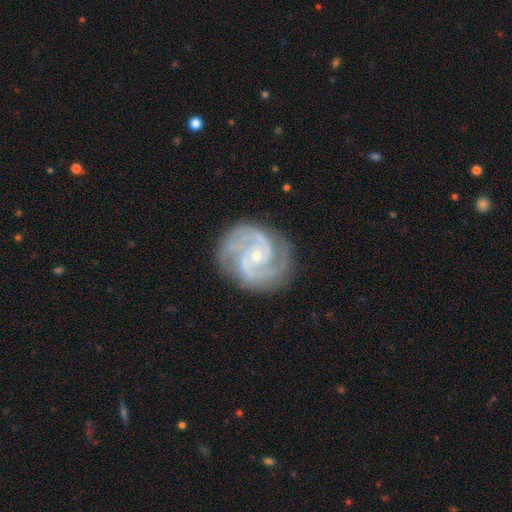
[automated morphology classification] Smooth or featured? featured or disk (92%)
Edge-on disk? no (98%)
Bar? no (60%)
Spiral arms? yes (99%)
Spiral winding? tight (48%)
Spiral arm count? 2 (61%)
Bulge size? small (74%)
Merging? none (81%)